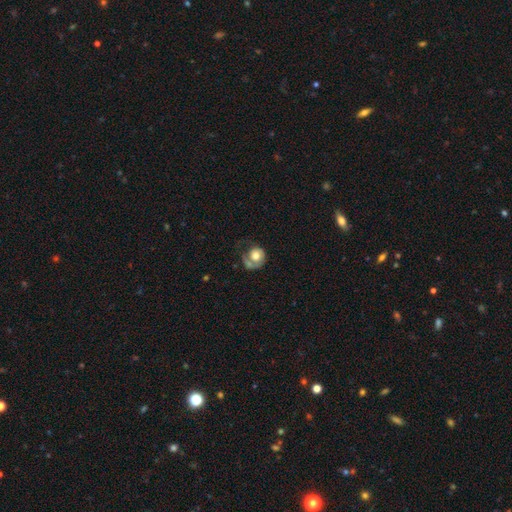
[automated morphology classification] Smooth or featured? smooth (51%)
How rounded? round (78%)
Merging? none (35%, tied with major disturbance)